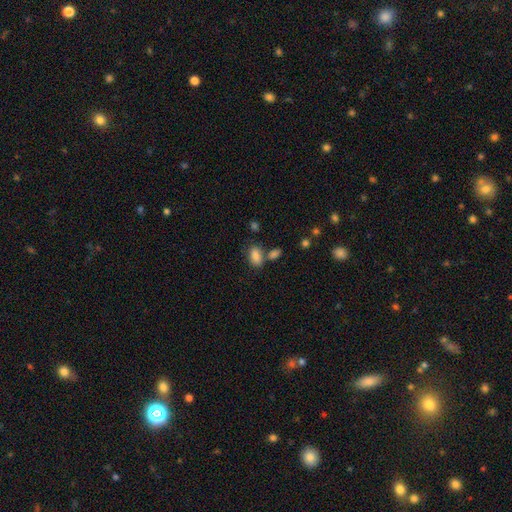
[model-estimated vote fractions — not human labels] The model was most divided on "merging": none: 58%, merger: 23%, minor disturbance: 14%, major disturbance: 5%. More confident: how rounded — in between (90%); smooth or featured — smooth (85%).